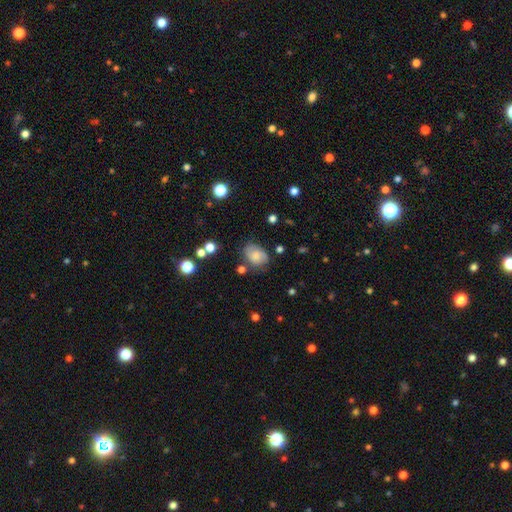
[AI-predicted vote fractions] smooth_or_featured: smooth (p=0.68) [alt: featured or disk p=0.22]
how_rounded: in between (p=0.67) [alt: round p=0.32]
merging: none (p=0.64) [alt: minor disturbance p=0.24]